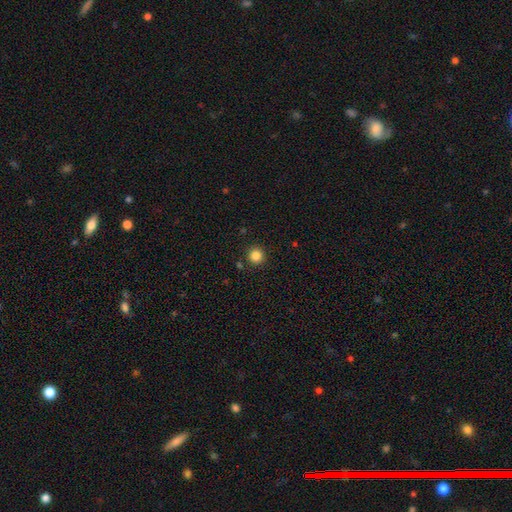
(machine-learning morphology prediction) Overall: smooth (84%). How rounded: round (95%). Merging: none (90%).